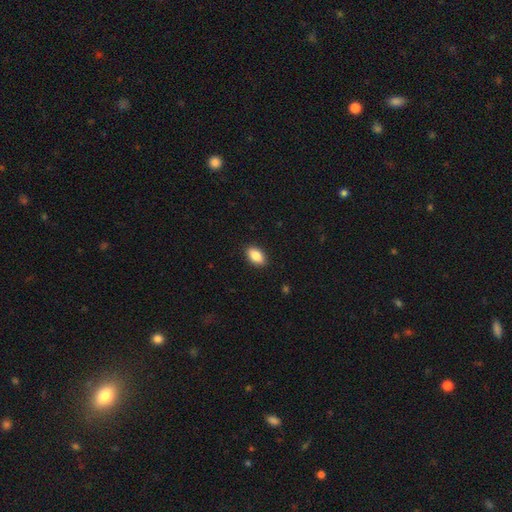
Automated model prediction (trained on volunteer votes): Smooth or featured? Predicted: smooth (p=0.86). How rounded? Predicted: in between (p=0.91). Merging? Predicted: none (p=0.90).